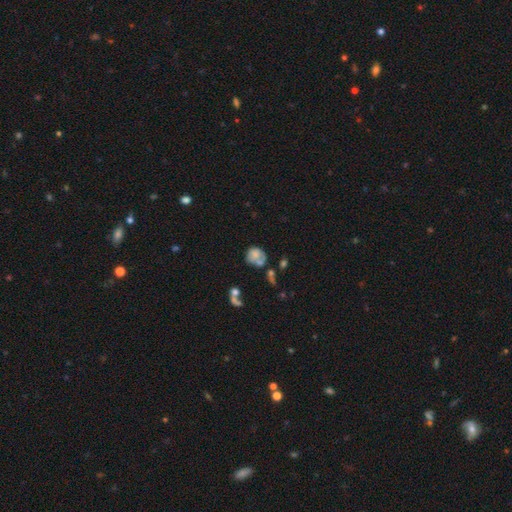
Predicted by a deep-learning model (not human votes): The model was most divided on "merging": none: 34%, minor disturbance: 23%, merger: 22%, major disturbance: 21%. More confident: how rounded — round (62%); smooth or featured — smooth (57%).